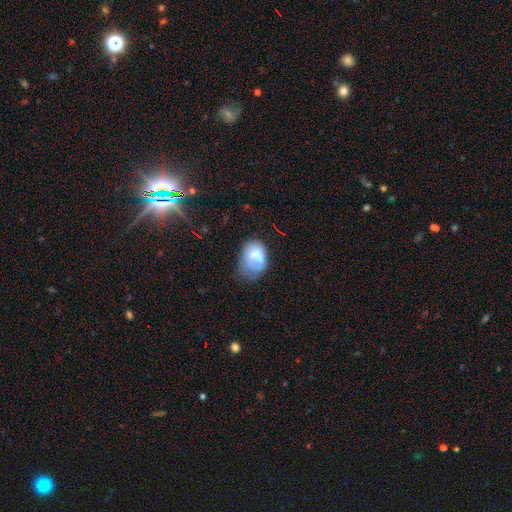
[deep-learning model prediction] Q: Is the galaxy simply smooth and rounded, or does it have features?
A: smooth — 62%.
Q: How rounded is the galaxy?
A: in between — 76%.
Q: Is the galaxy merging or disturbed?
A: minor disturbance — 29%.